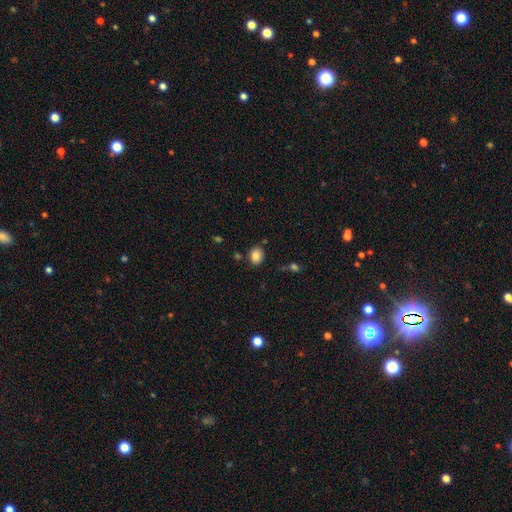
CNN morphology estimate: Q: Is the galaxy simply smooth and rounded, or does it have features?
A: smooth — 84%.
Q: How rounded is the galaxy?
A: round — 50%.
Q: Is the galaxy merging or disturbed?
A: none — 82%.